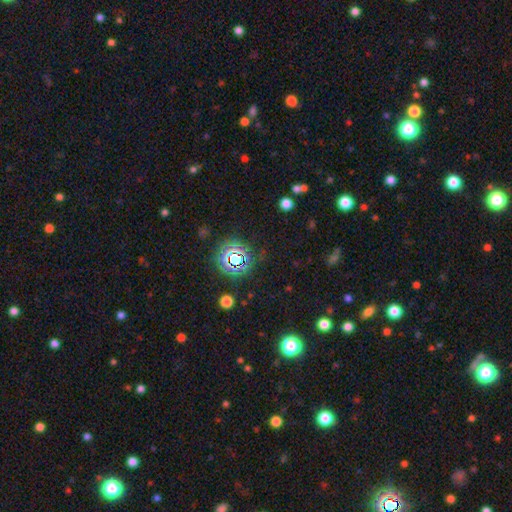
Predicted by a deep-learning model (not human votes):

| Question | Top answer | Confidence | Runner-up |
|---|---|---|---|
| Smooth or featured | star or artifact | 63% | smooth (27%) |